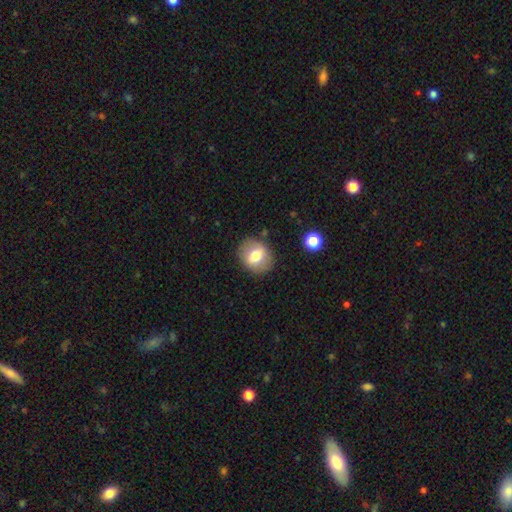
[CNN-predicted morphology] Smooth or featured?
  - smooth: 61% *
  - featured or disk: 30%
  - star or artifact: 8%
How rounded?
  - round: 56% *
  - in between: 43%
  - cigar-shaped: 1%
Merging?
  - none: 84% *
  - minor disturbance: 11%
  - major disturbance: 4%
  - merger: 2%